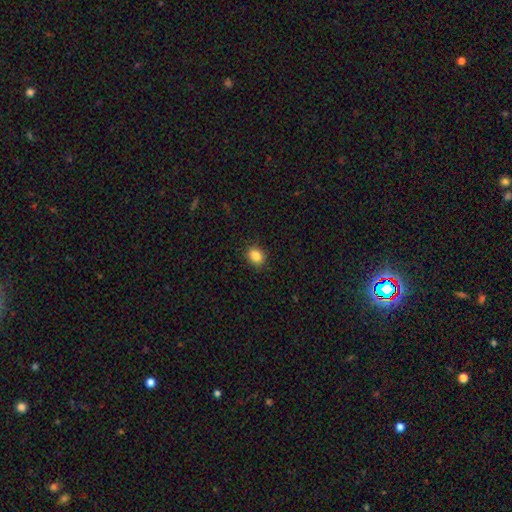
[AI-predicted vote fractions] A smooth galaxy with no disk features (86%) that is round (56%). Merging: none (88%).